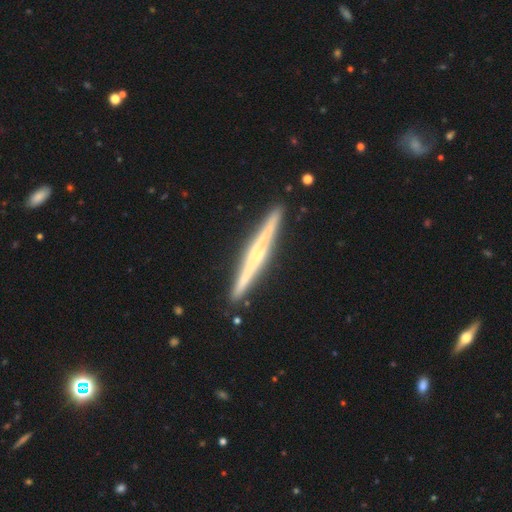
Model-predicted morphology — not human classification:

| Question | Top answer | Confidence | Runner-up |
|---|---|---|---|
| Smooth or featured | featured or disk | 79% | smooth (16%) |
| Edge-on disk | yes | 98% | no (2%) |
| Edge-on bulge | rounded | 54% | none (28%) |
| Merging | none | 91% | minor disturbance (6%) |